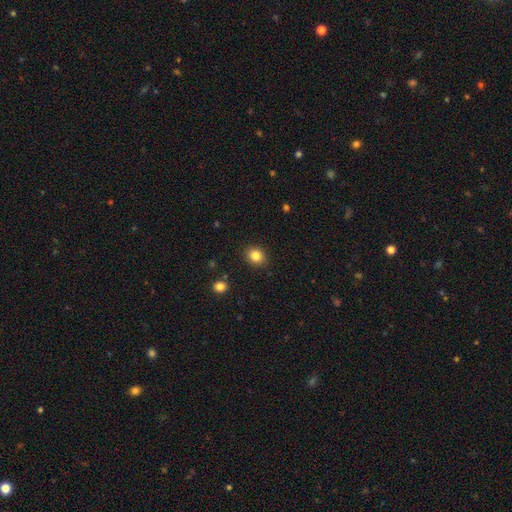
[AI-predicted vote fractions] A smooth galaxy with no disk features (84%) that is round (72%).

Vote fractions:
- Smooth or featured? smooth: 84% / star or artifact: 11% / featured or disk: 5%
- How rounded? round: 72% / in between: 27% / cigar-shaped: 1%
- Merging? none: 90% / minor disturbance: 7% / major disturbance: 2% / merger: 1%